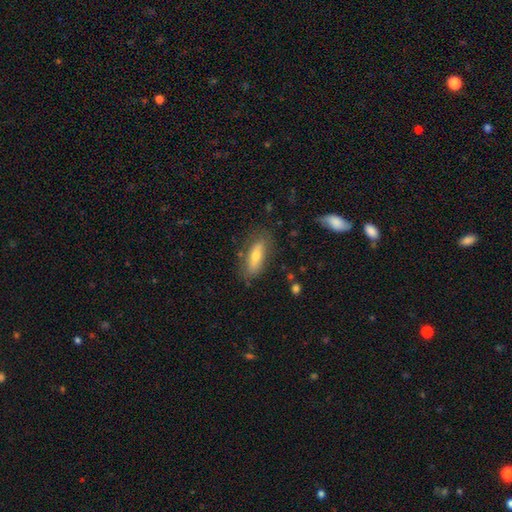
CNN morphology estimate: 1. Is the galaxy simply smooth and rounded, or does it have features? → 61% smooth, 31% featured or disk, 8% star or artifact.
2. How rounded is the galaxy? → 61% in between, 37% cigar-shaped, 3% round.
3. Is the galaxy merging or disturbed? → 76% none, 17% minor disturbance, 5% major disturbance, 2% merger.